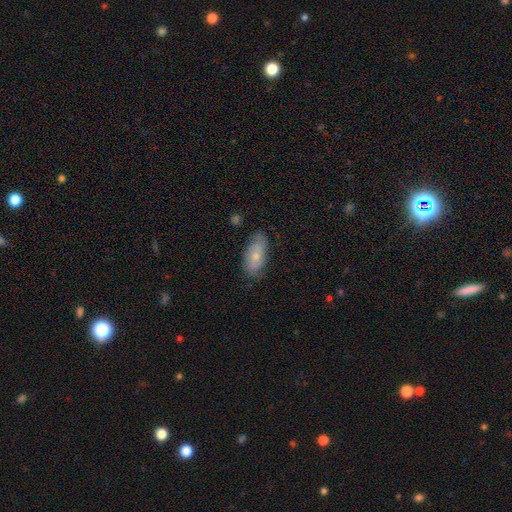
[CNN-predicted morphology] Smooth or featured? Predicted: smooth (p=0.67). How rounded? Predicted: in between (p=0.88). Merging? Predicted: none (p=0.72).